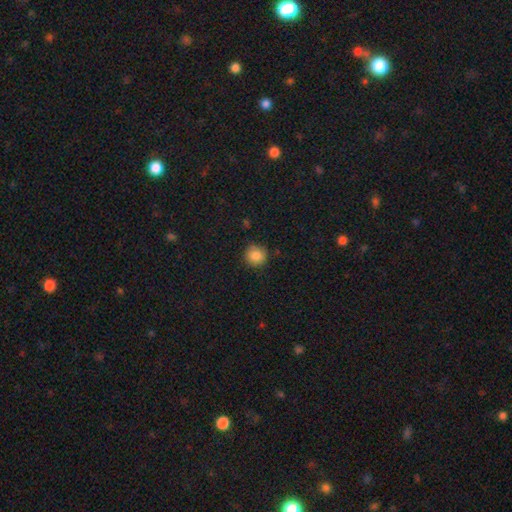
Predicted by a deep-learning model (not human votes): smooth 86%, star or artifact 10%, featured or disk 4%. Down the decision tree: how rounded — round (91%); merging — none (86%).